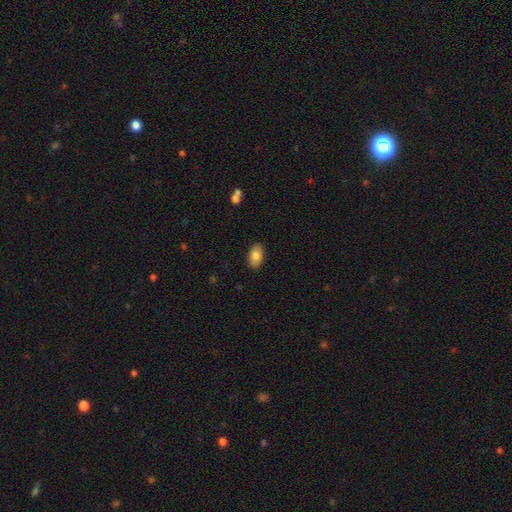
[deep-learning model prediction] A smooth galaxy with no disk features (81%) that is in between round and cigar-shaped (93%).

Vote fractions:
- Smooth or featured? smooth: 81% / featured or disk: 12% / star or artifact: 7%
- How rounded? in between: 93% / round: 6% / cigar-shaped: 2%
- Merging? none: 88% / minor disturbance: 9% / major disturbance: 2% / merger: 1%